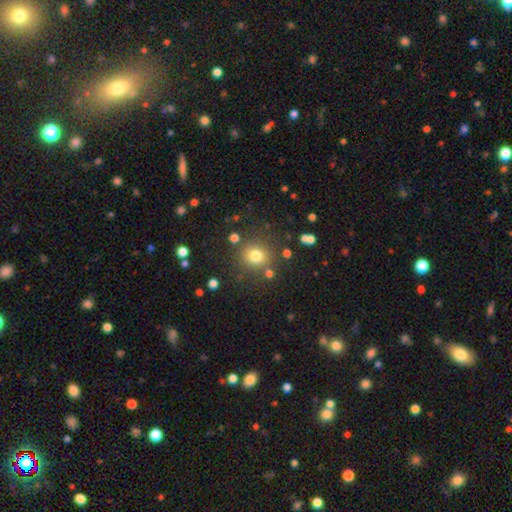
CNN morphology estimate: This is likely a smooth galaxy (77%). How rounded: clearly round (88%). Merging: clearly none (82%).